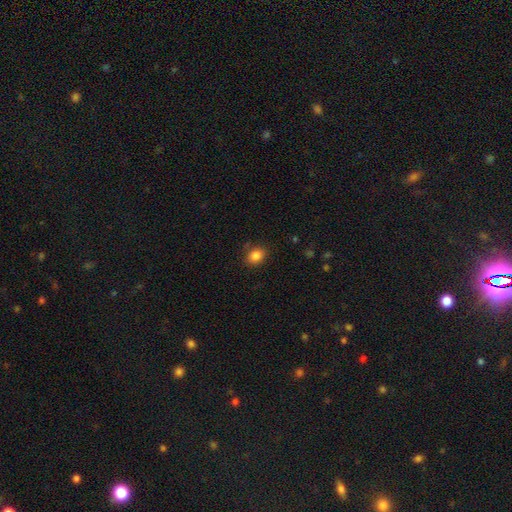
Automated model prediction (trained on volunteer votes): Overall: smooth (85%). How rounded: round (50%; in between 49%). Merging: none (83%).